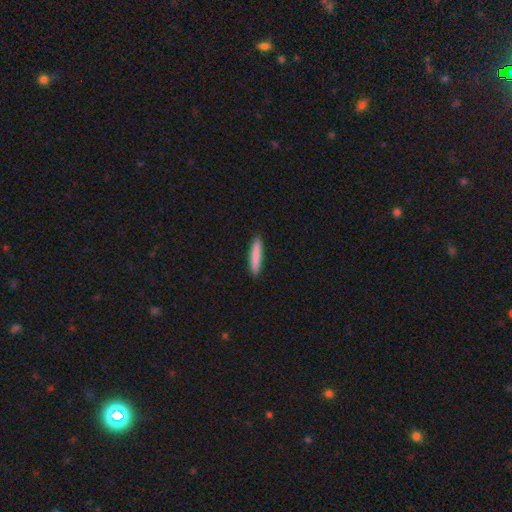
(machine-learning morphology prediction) Smooth or featured? Predicted: smooth (p=0.85). How rounded? Predicted: cigar-shaped (p=0.91). Merging? Predicted: none (p=0.91).